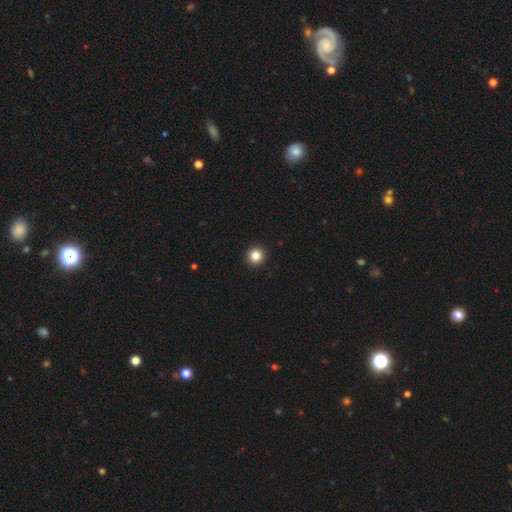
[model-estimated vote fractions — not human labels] Q: Smooth or featured?
A: smooth (84%); runner-up: star or artifact (11%)
Q: How rounded?
A: round (93%); runner-up: in between (6%)
Q: Merging?
A: none (94%); runner-up: minor disturbance (4%)